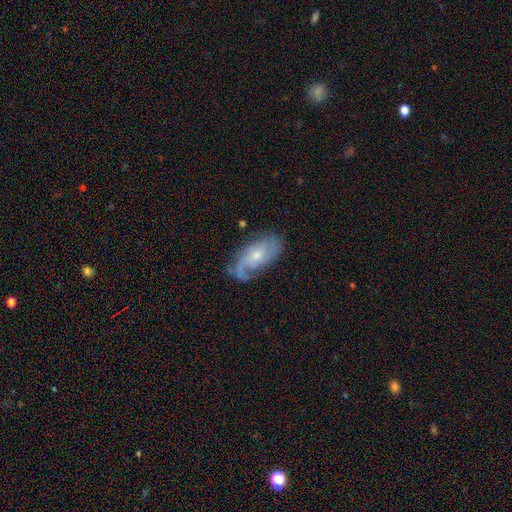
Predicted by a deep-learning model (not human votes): A featured or disk galaxy (77%) with no bar (63%), 2 (51%) medium (43%) spiral arms (92%) and a small central bulge (58%). Merging: none (60%).